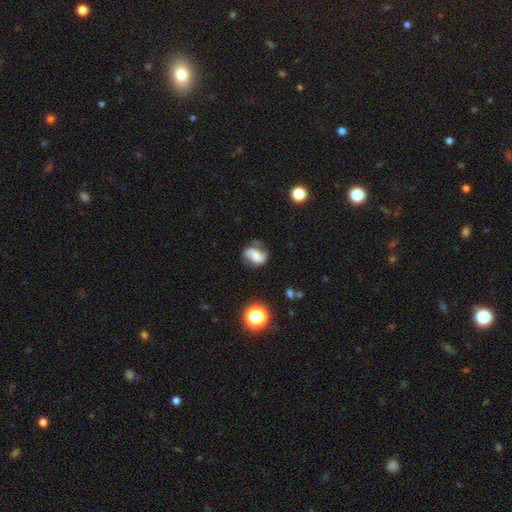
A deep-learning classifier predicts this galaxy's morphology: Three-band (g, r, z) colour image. It shows a featured or disk galaxy (64%) with no bar (48%), 2 (84%) loose (43%) spiral arms (90%) and a moderate central bulge (32%). Merging: none (59%).